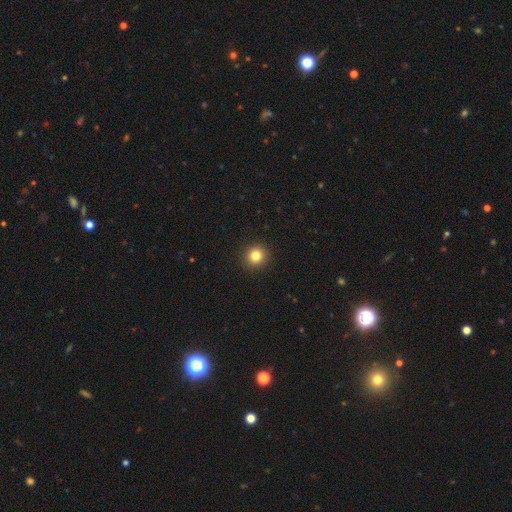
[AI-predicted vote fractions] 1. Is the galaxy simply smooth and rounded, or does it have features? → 83% smooth, 12% star or artifact, 6% featured or disk.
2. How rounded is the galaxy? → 92% round, 7% in between, 1% cigar-shaped.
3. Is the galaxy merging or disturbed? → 93% none, 5% minor disturbance, 2% major disturbance, 1% merger.